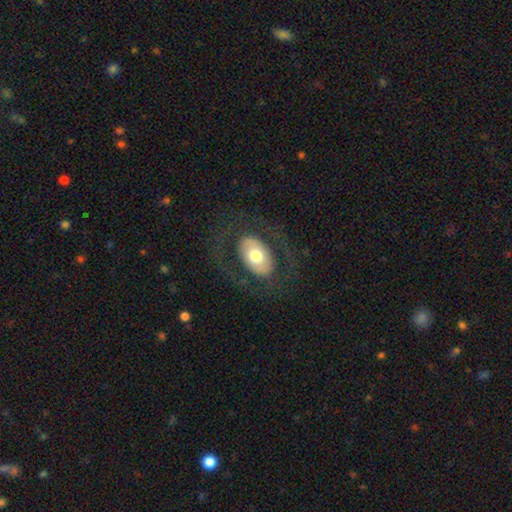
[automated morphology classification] This is possibly a smooth galaxy (51%). How rounded: clearly in between (90%). Merging: likely none (76%).